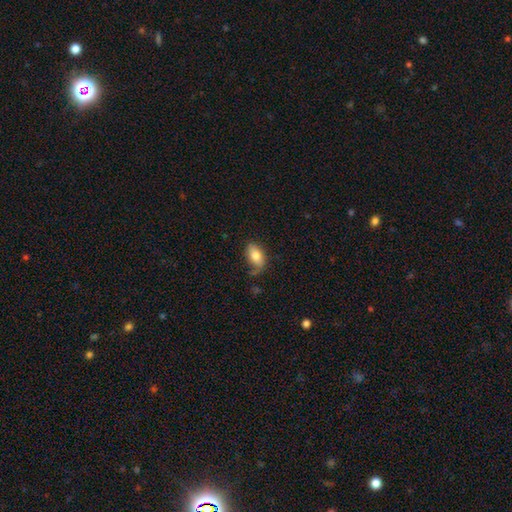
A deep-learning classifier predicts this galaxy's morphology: The model was most divided on "merging": none: 56%, minor disturbance: 27%, major disturbance: 13%, merger: 4%. More confident: how rounded — in between (90%); smooth or featured — smooth (76%).